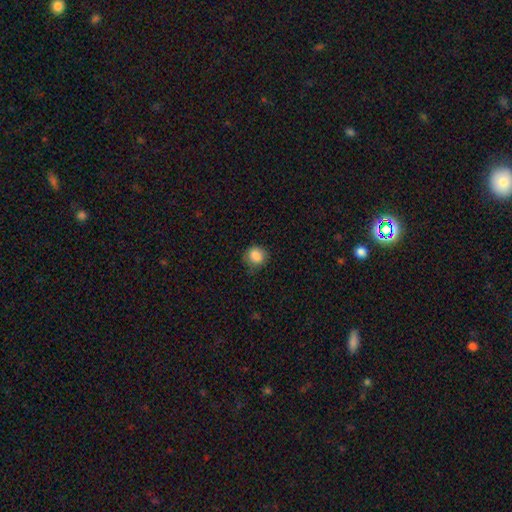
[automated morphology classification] Smooth or featured?
  - smooth: 87% *
  - star or artifact: 9%
  - featured or disk: 4%
How rounded?
  - round: 81% *
  - in between: 19%
  - cigar-shaped: 1%
Merging?
  - none: 73% *
  - minor disturbance: 21%
  - major disturbance: 5%
  - merger: 1%